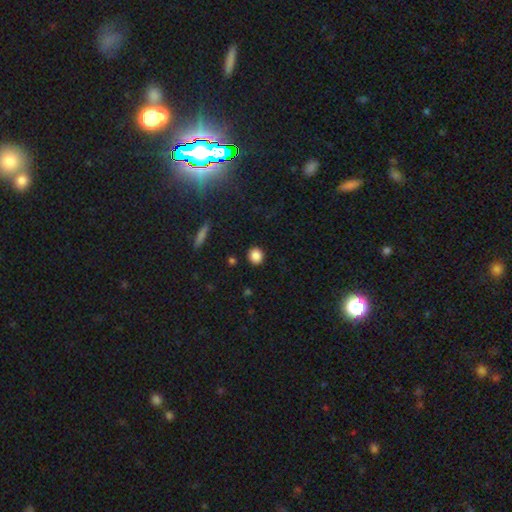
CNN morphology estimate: Q: Smooth or featured?
A: smooth (86%); runner-up: star or artifact (10%)
Q: How rounded?
A: round (87%); runner-up: in between (11%)
Q: Merging?
A: none (90%); runner-up: minor disturbance (6%)